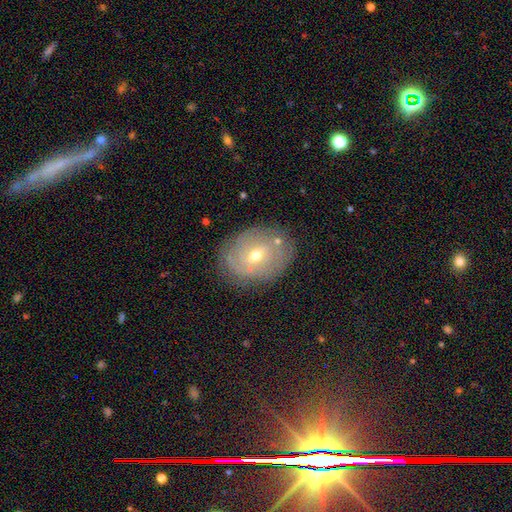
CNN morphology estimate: The model was most divided on "bulge size": moderate: 57%, small: 40%, large: 2%, none: 1%, dominant: 1%. More confident: edge-on disk — no (94%); merging — none (75%); smooth or featured — featured or disk (60%); spiral arms — yes (59%); bar — no (59%).